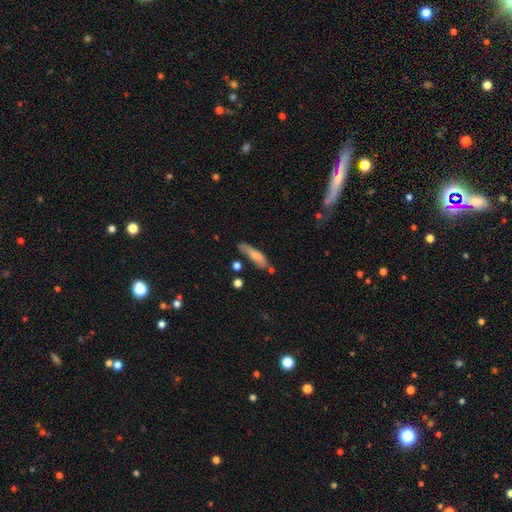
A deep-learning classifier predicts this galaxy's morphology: Q: Smooth or featured?
A: smooth (73%); runner-up: featured or disk (20%)
Q: How rounded?
A: cigar-shaped (64%); runner-up: in between (34%)
Q: Merging?
A: none (52%); runner-up: minor disturbance (28%)